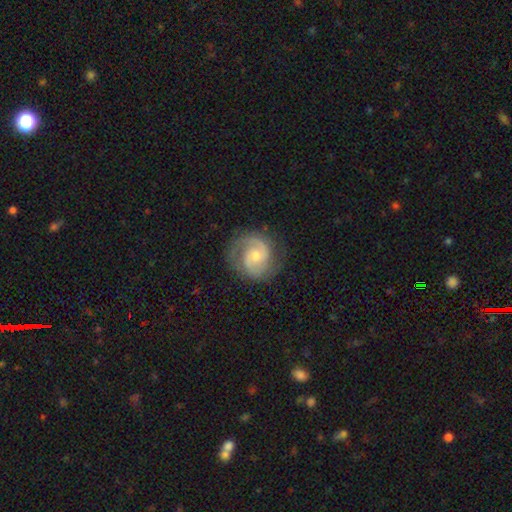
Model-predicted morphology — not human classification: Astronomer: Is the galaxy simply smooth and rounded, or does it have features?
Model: featured or disk — 85%.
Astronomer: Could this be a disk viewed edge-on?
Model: no — 98%.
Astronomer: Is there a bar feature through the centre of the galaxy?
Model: no — 58% (runner-up: weak, 36%).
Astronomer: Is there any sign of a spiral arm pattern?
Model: yes — 97%.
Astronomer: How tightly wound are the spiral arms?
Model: medium — 48% (runner-up: tight, 40%).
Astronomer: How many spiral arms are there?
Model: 2 — 84%.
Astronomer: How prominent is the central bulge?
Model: moderate — 55% (runner-up: small, 39%).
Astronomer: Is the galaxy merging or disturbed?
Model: none — 78%.